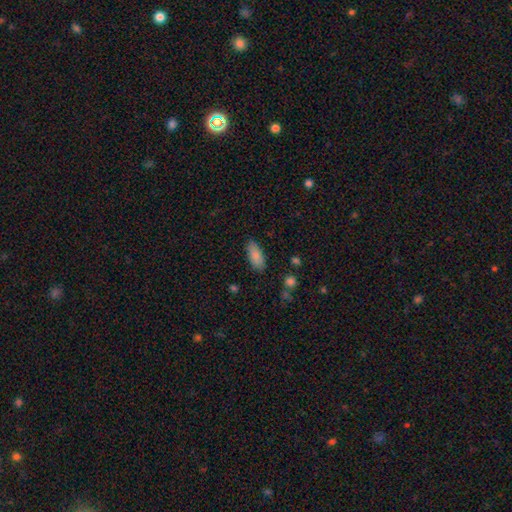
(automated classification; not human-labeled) A smooth galaxy with no disk features (87%) that is in between round and cigar-shaped (80%).

Vote fractions:
- Smooth or featured? smooth: 87% / star or artifact: 7% / featured or disk: 6%
- How rounded? in between: 80% / cigar-shaped: 18% / round: 2%
- Merging? none: 84% / minor disturbance: 12% / major disturbance: 3% / merger: 2%